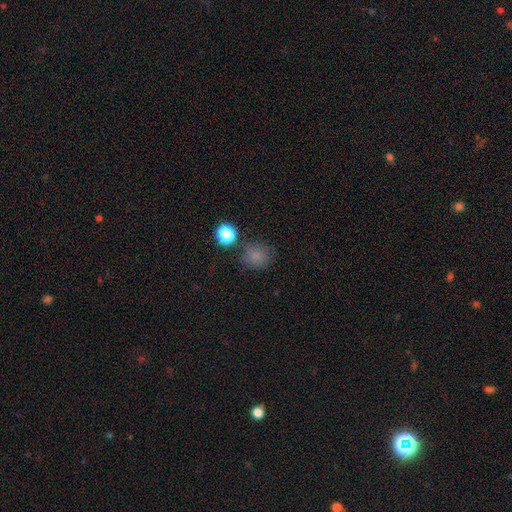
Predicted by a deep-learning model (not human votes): Smooth or featured? smooth (79%)
How rounded? round (83%)
Merging? none (76%)